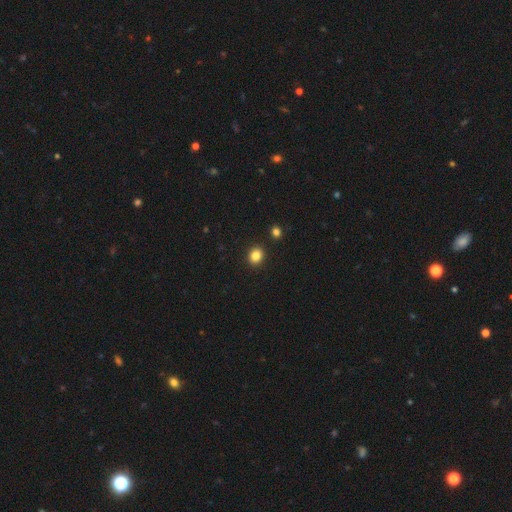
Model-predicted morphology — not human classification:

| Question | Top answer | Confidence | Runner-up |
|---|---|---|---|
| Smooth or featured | smooth | 85% | star or artifact (11%) |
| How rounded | round | 71% | in between (28%) |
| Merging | none | 90% | minor disturbance (6%) |